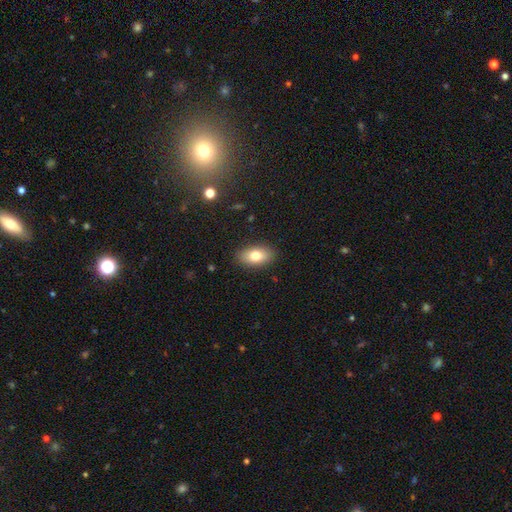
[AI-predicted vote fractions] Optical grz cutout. It shows a smooth galaxy with no disk features (79%) that is in between round and cigar-shaped (91%). Merging: none (88%).